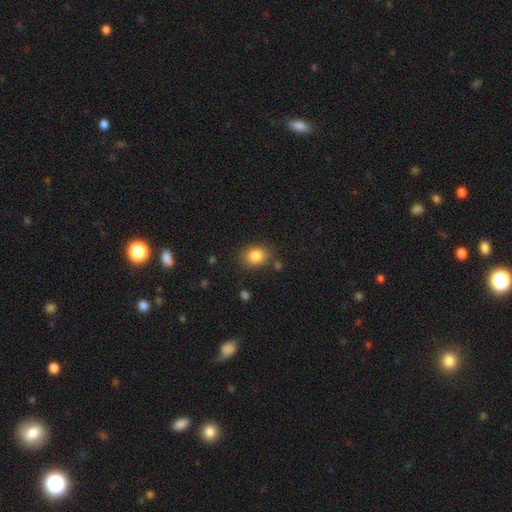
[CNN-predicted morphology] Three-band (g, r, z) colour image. It shows a smooth galaxy with no disk features (84%) that is in between round and cigar-shaped (53%). Merging: none (80%).